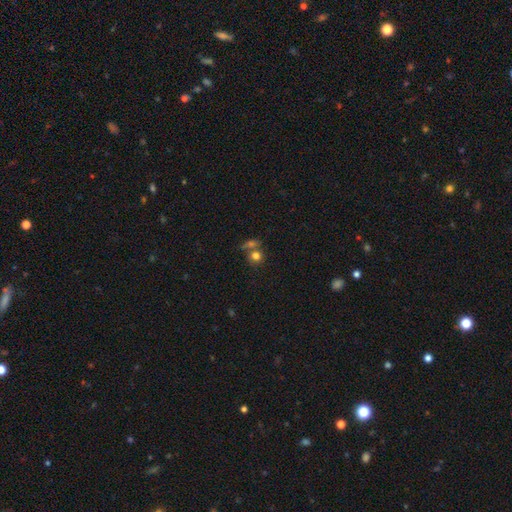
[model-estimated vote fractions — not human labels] smooth 76%, star or artifact 13%, featured or disk 12%. Down the decision tree: how rounded — round (82%); merging — none (50%).